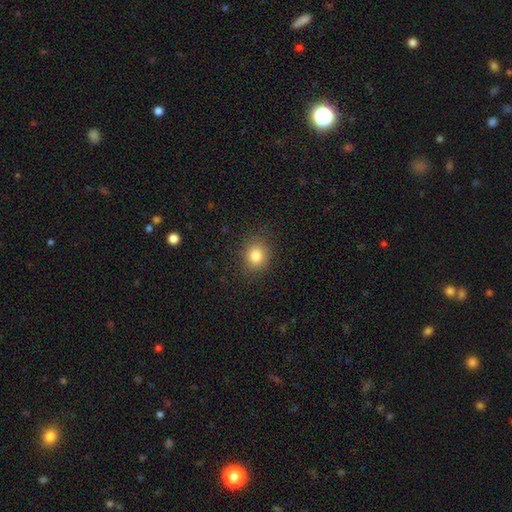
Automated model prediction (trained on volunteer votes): This appears to be a smooth galaxy with no disk features (82%) that is round (68%). Merging: none (85%).